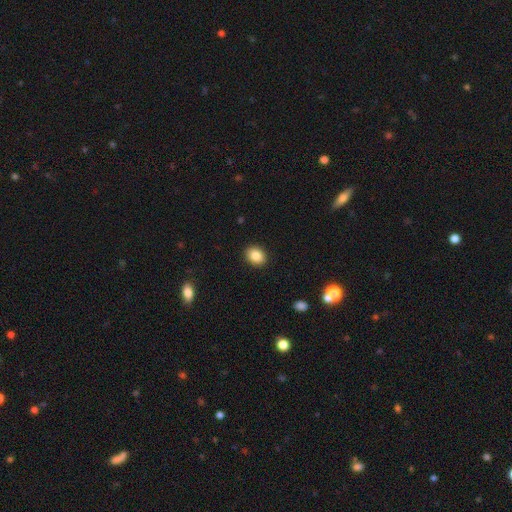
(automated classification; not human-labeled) Morphology: type=smooth (86%); roundness=in between (52%); merging=none (91%).